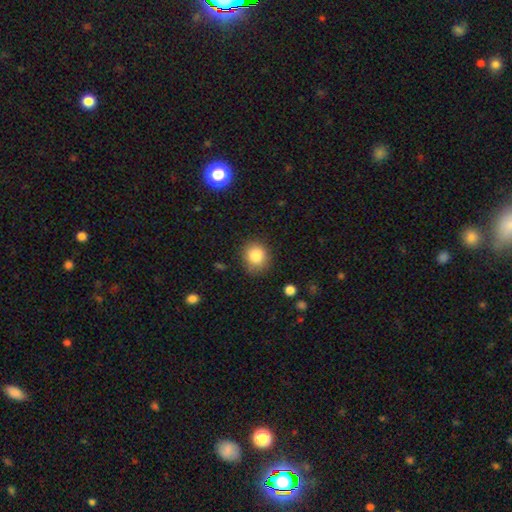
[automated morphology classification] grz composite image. It shows a smooth galaxy with no disk features (84%) that is round (80%). Merging: none (84%).